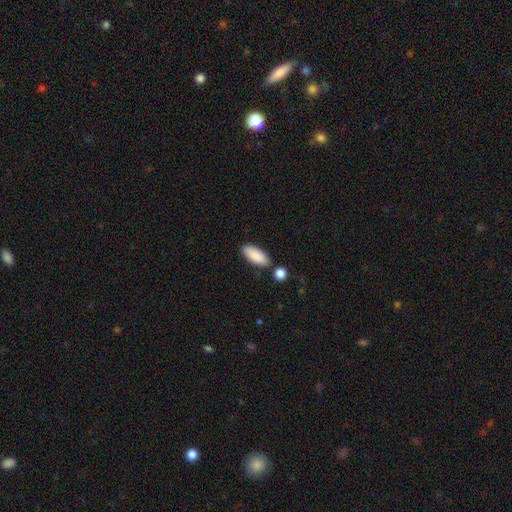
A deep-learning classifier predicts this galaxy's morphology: smooth-or-featured: smooth: 89% | star or artifact: 6% | featured or disk: 5%
  how-rounded: in between: 84% | cigar-shaped: 14% | round: 2%
  merging: none: 76% | minor disturbance: 12% | merger: 9% | major disturbance: 3%